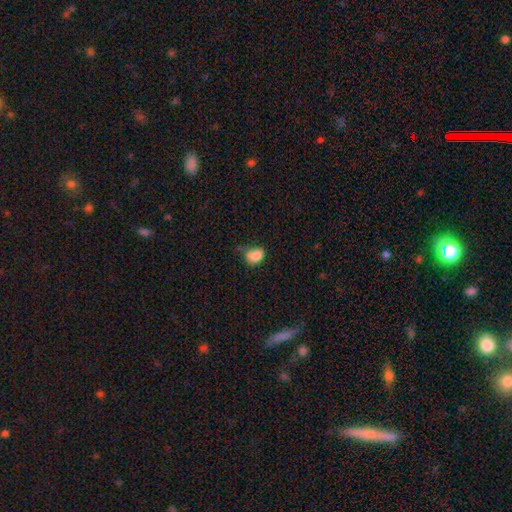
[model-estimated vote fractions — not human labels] smooth_or_featured: smooth (p=0.81) [alt: star or artifact p=0.10]
how_rounded: in between (p=0.74) [alt: round p=0.25]
merging: none (p=0.40) [alt: minor disturbance p=0.35]